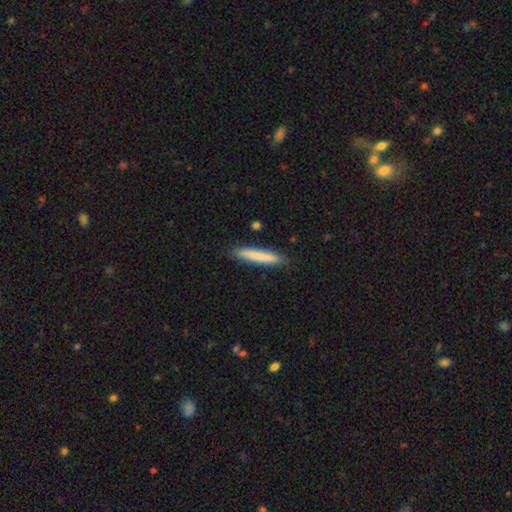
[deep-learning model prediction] smooth-or-featured: smooth: 80% | featured or disk: 14% | star or artifact: 6%
  how-rounded: cigar-shaped: 95% | in between: 4% | round: 1%
  merging: none: 90% | minor disturbance: 7% | major disturbance: 1% | merger: 1%